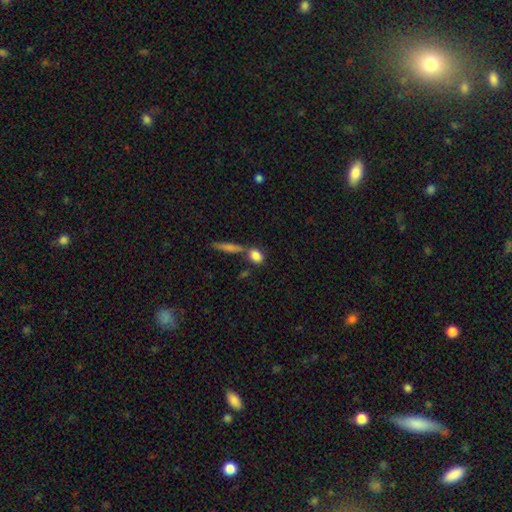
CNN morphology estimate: A smooth galaxy with no disk features (83%) that is in between round and cigar-shaped (63%). Merging: none (55%).